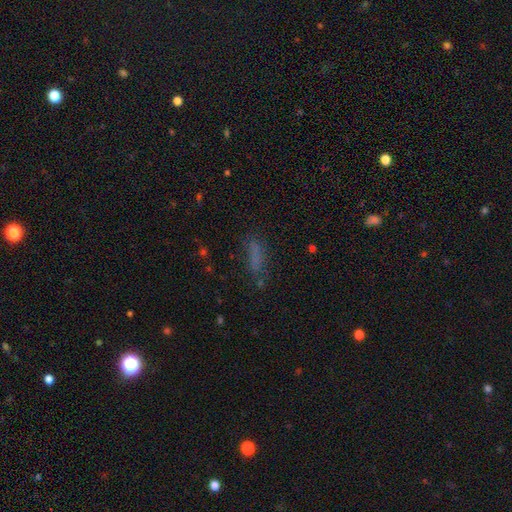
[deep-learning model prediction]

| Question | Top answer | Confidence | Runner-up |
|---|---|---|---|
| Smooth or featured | smooth | 69% | star or artifact (17%) |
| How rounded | cigar-shaped | 54% | in between (43%) |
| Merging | none | 65% | minor disturbance (20%) |